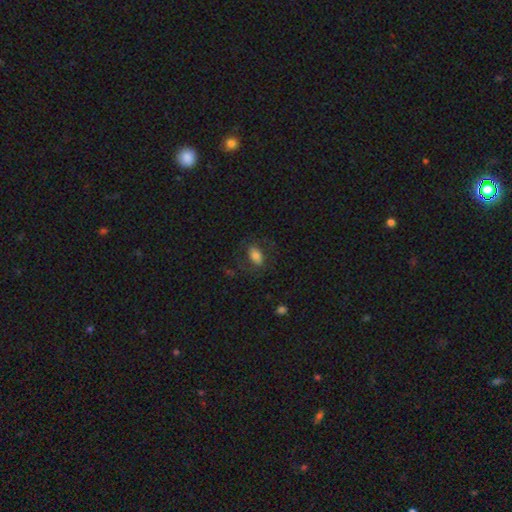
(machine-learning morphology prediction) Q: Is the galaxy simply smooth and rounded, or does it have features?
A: smooth — 69%.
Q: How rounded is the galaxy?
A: in between — 87%.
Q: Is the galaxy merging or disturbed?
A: none — 65%.